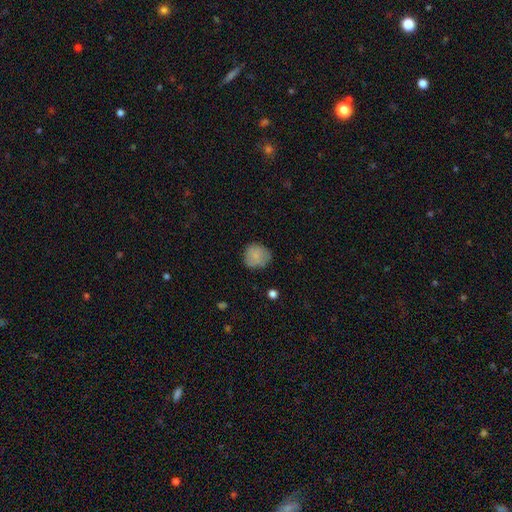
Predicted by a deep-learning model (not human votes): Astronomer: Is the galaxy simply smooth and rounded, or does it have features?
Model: smooth — 80%.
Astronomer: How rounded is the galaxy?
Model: round — 84%.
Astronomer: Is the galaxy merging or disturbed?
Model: none — 74%.